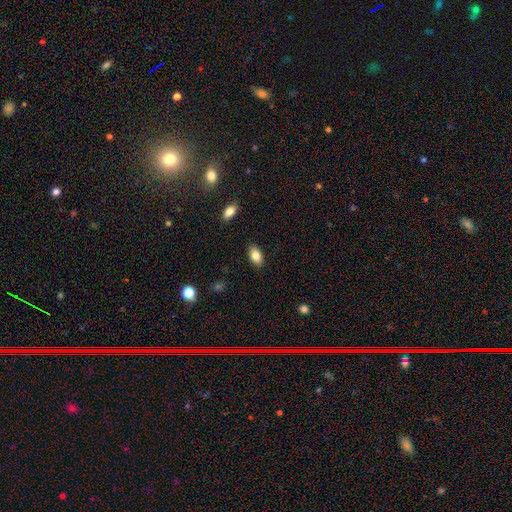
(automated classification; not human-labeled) A smooth galaxy with no disk features (83%) that is in between round and cigar-shaped (92%). Merging: none (87%).